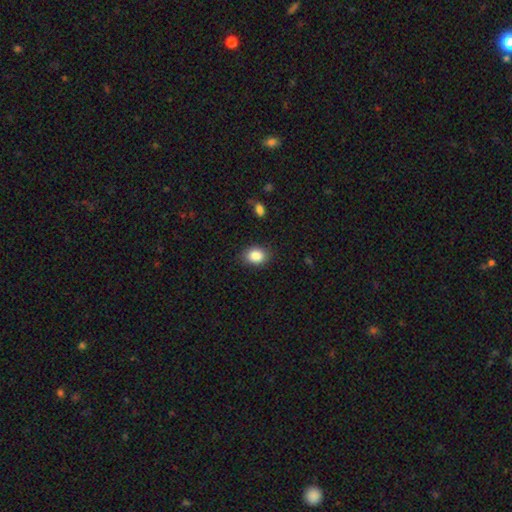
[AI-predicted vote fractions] A smooth galaxy with no disk features (86%) that is in between round and cigar-shaped (55%). Merging: none (85%).